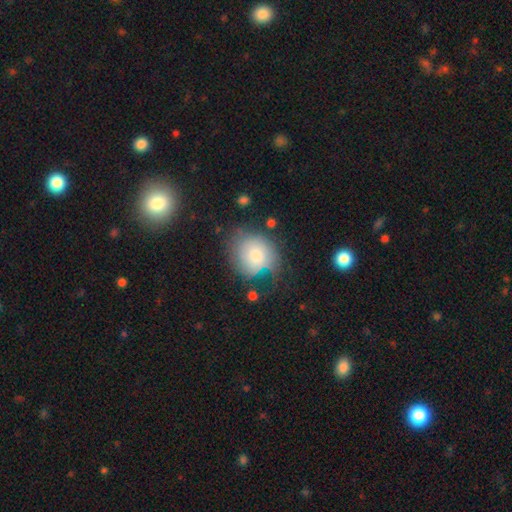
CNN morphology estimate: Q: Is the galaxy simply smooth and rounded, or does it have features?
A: smooth — 65%.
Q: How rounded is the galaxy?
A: round — 70%.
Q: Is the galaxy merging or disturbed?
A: none — 51%.